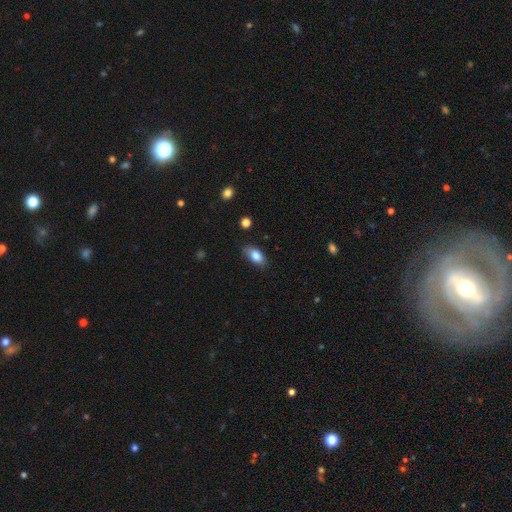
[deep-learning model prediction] Morphology: type=smooth (84%); roundness=in between (90%); merging=none (80%).